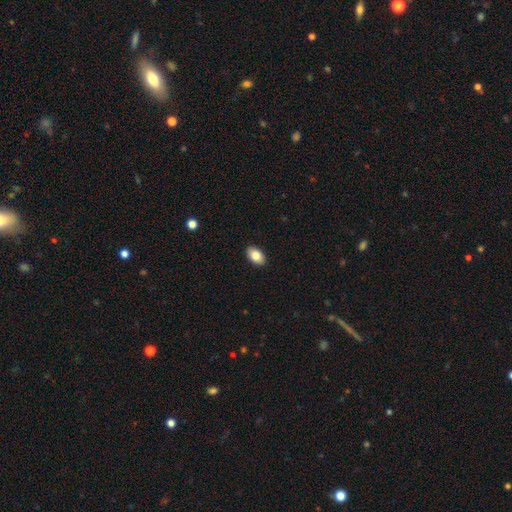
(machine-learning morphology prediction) Smooth or featured? Predicted: smooth (p=0.84). How rounded? Predicted: in between (p=0.93). Merging? Predicted: none (p=0.91).